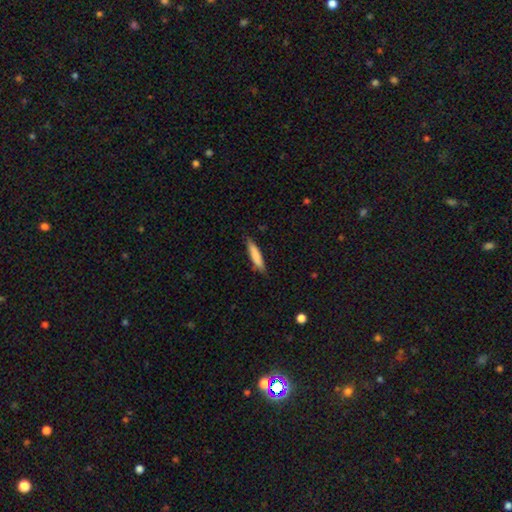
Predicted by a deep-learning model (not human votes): Smooth or featured? Predicted: smooth (p=0.79). How rounded? Predicted: cigar-shaped (p=0.84). Merging? Predicted: none (p=0.83).